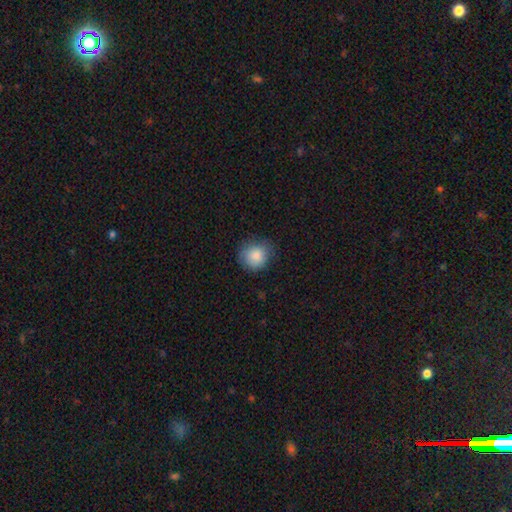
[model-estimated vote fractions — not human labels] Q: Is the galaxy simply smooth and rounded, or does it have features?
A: smooth — 86%.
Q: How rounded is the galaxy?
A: round — 84%.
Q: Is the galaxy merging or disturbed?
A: none — 75%.